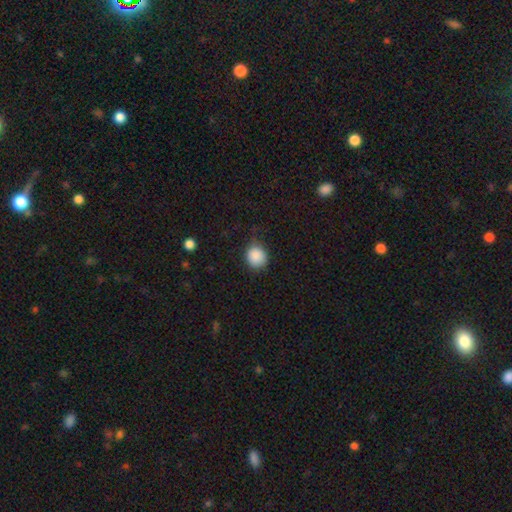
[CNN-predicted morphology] smooth-or-featured: smooth: 88% | star or artifact: 8% | featured or disk: 3%
  how-rounded: round: 84% | in between: 15% | cigar-shaped: 1%
  merging: none: 74% | minor disturbance: 20% | major disturbance: 5% | merger: 1%